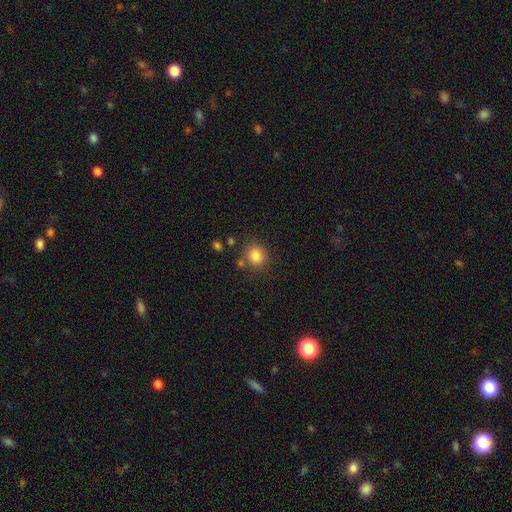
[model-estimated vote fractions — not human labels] Smooth or featured? Predicted: smooth (p=0.84). How rounded? Predicted: round (p=0.81). Merging? Predicted: none (p=0.78).